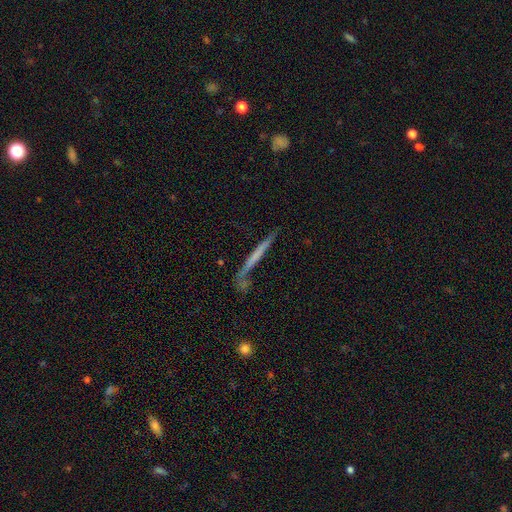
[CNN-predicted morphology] Smooth or featured? featured or disk (48%)
Merging? none (74%)